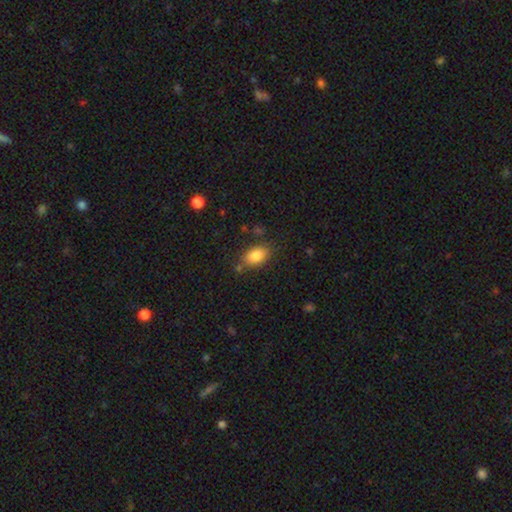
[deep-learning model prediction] Overall: smooth (86%). How rounded: in between (89%). Merging: none (76%).